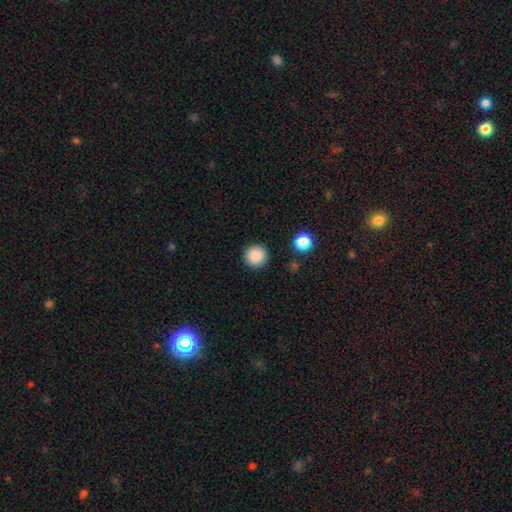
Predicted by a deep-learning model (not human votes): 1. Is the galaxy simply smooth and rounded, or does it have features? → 88% smooth, 9% star or artifact, 3% featured or disk.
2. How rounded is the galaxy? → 94% round, 5% in between, 1% cigar-shaped.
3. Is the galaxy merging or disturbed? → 90% none, 6% minor disturbance, 2% major disturbance, 2% merger.